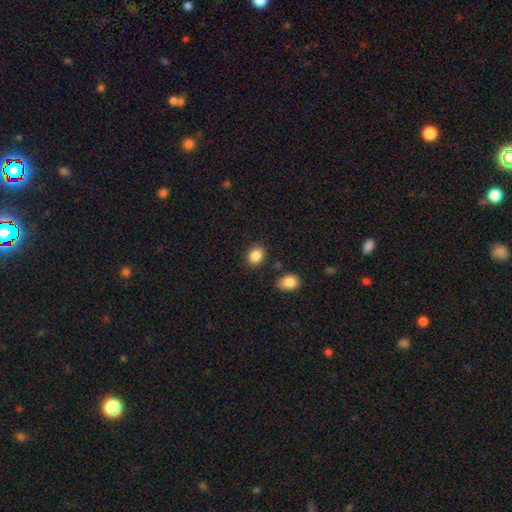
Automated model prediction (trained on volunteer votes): Smooth or featured?
  - smooth: 87% *
  - star or artifact: 9%
  - featured or disk: 4%
How rounded?
  - in between: 52% *
  - round: 47%
  - cigar-shaped: 1%
Merging?
  - none: 85% *
  - minor disturbance: 9%
  - merger: 4%
  - major disturbance: 3%